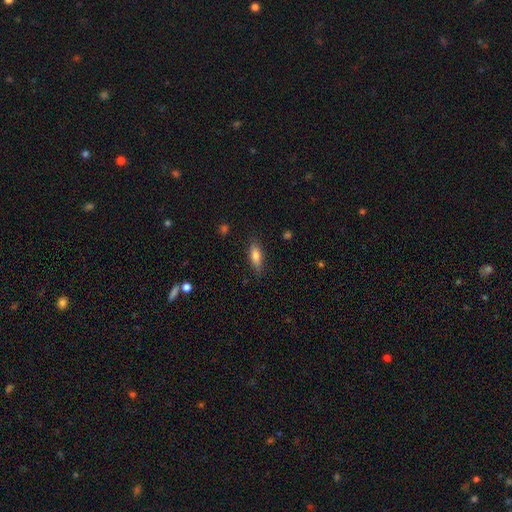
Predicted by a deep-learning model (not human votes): smooth_or_featured: smooth (p=0.76) [alt: featured or disk p=0.17]
how_rounded: in between (p=0.64) [alt: cigar-shaped p=0.33]
merging: none (p=0.82) [alt: minor disturbance p=0.14]